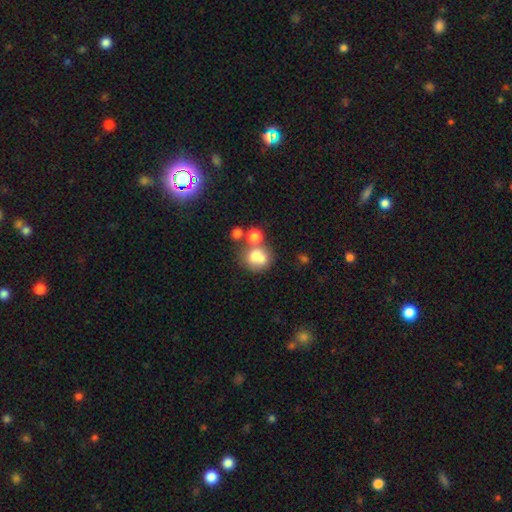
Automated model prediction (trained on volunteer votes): Q: Smooth or featured?
A: smooth (71%); runner-up: featured or disk (17%)
Q: How rounded?
A: round (71%); runner-up: in between (28%)
Q: Merging?
A: merger (43%); runner-up: none (37%)